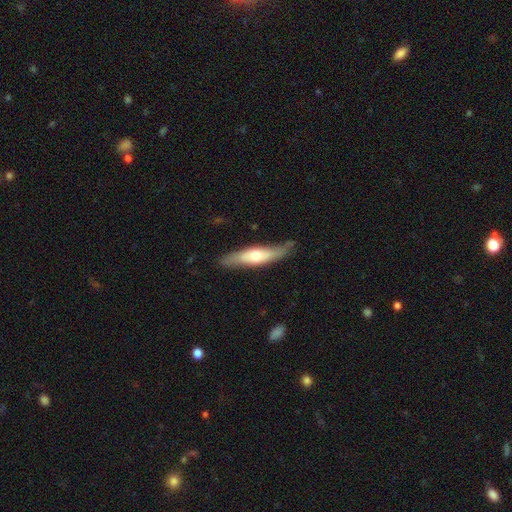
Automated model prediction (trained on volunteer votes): Overall: featured or disk (49%; smooth 46%). Merging: none (75%).